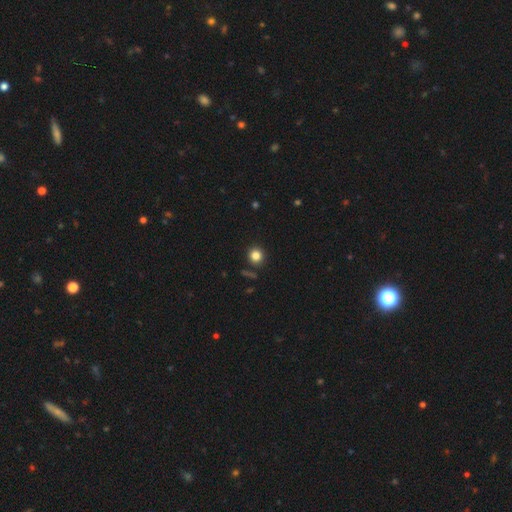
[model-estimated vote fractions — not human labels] A smooth galaxy with no disk features (82%) that is round (91%).

Vote fractions:
- Smooth or featured? smooth: 82% / star or artifact: 13% / featured or disk: 5%
- How rounded? round: 91% / in between: 8% / cigar-shaped: 1%
- Merging? none: 89% / minor disturbance: 7% / merger: 3% / major disturbance: 2%